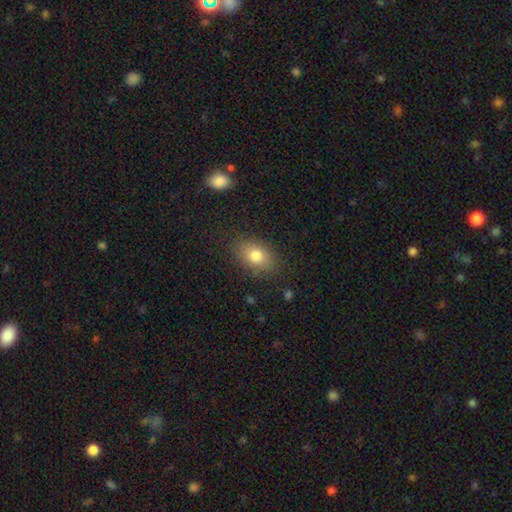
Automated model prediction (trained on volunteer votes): The model was most divided on "how rounded": in between: 77%, round: 22%, cigar-shaped: 1%. More confident: merging — none (83%); smooth or featured — smooth (79%).